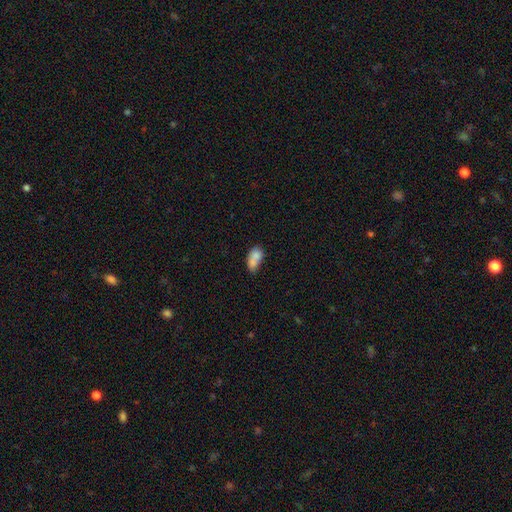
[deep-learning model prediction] smooth_or_featured: smooth (p=0.76) [alt: featured or disk p=0.15]
how_rounded: in between (p=0.86) [alt: round p=0.09]
merging: merger (p=0.38) [alt: none p=0.35]